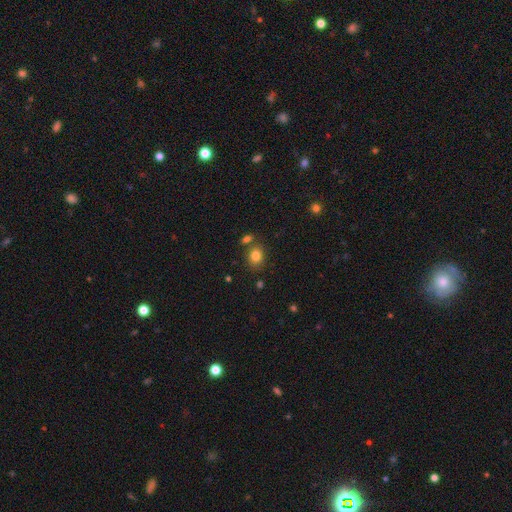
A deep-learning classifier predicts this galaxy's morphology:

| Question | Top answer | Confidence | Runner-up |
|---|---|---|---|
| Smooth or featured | smooth | 82% | star or artifact (11%) |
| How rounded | round | 53% | in between (46%) |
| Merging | none | 73% | merger (12%) |